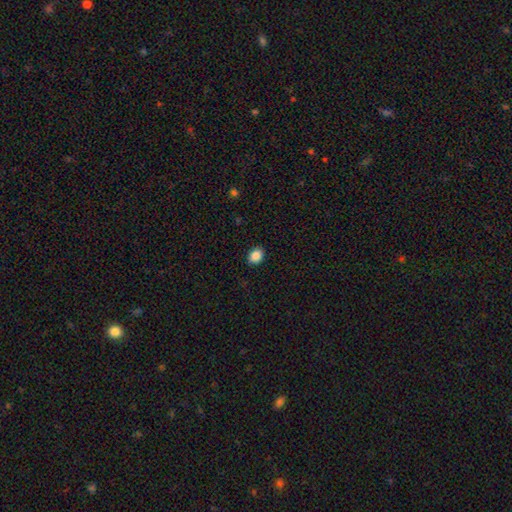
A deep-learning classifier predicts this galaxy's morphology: This appears to be a smooth galaxy with no disk features (88%) that is in between round and cigar-shaped (57%). Merging: none (90%).